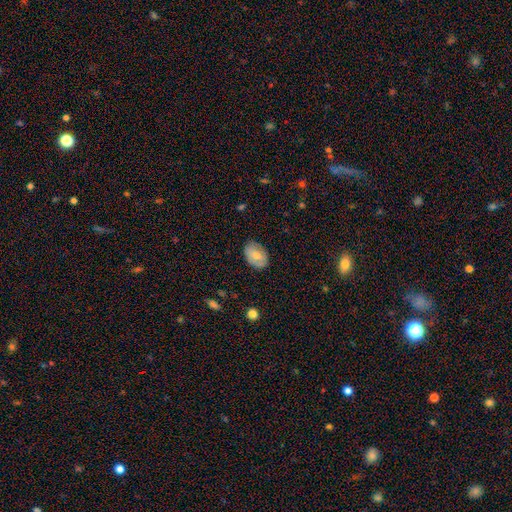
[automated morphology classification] This appears to be a smooth galaxy with no disk features (65%) that is in between round and cigar-shaped (84%). Merging: none (80%).